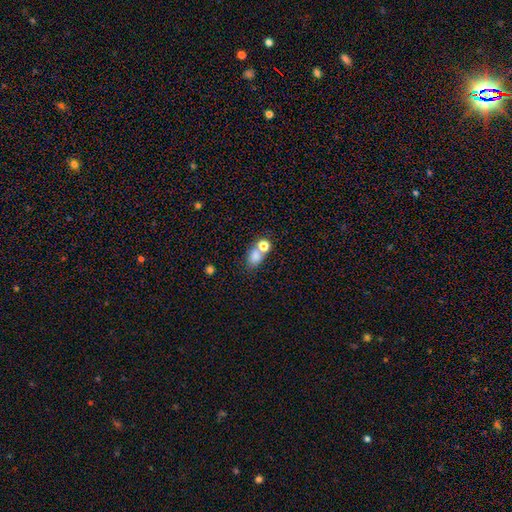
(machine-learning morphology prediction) smooth-or-featured: smooth: 75% | star or artifact: 14% | featured or disk: 10%
  how-rounded: in between: 65% | round: 33% | cigar-shaped: 2%
  merging: none: 44% | merger: 38% | minor disturbance: 11% | major disturbance: 6%